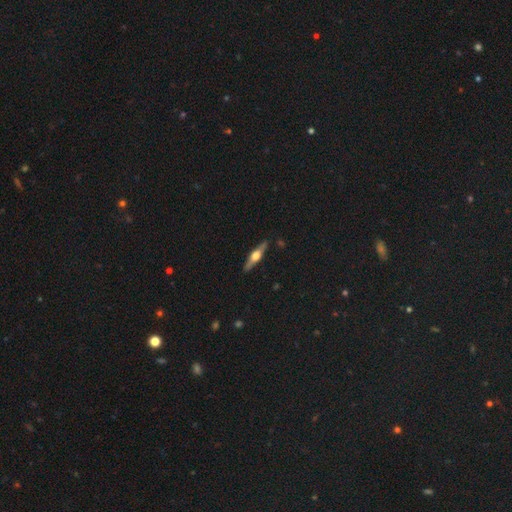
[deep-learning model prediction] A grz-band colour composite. It shows a featured or disk galaxy (70%) viewed edge-on (97%) with a rounded central bulge (93%). Merging: none (89%).